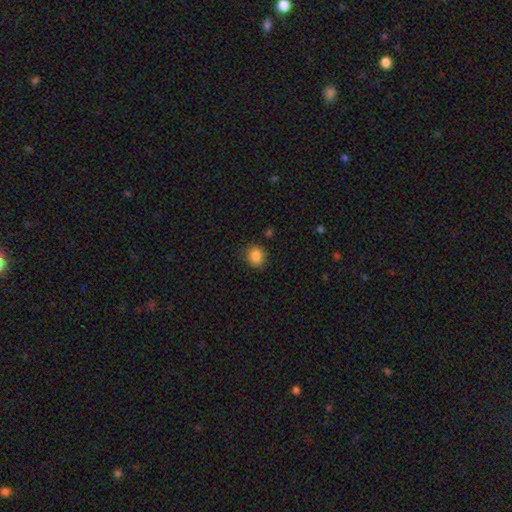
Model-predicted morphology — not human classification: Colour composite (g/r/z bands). It shows a smooth galaxy with no disk features (86%) that is round (67%). Merging: none (77%).